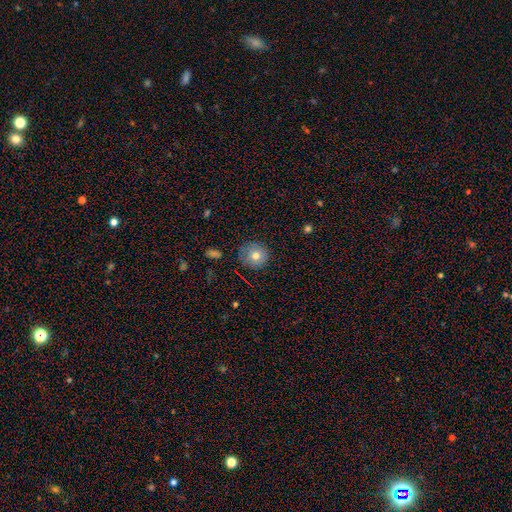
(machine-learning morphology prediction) A smooth galaxy with no disk features (75%) that is round (92%).

Vote fractions:
- Smooth or featured? smooth: 75% / featured or disk: 14% / star or artifact: 12%
- How rounded? round: 92% / in between: 7% / cigar-shaped: 1%
- Merging? none: 84% / minor disturbance: 12% / major disturbance: 3% / merger: 1%